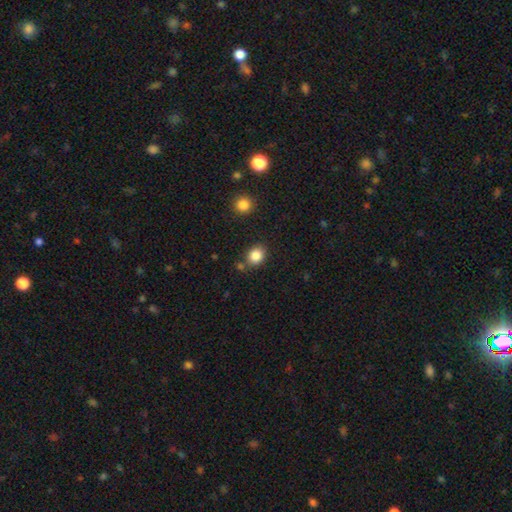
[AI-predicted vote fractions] A smooth galaxy with no disk features (85%) that is round (58%).

Vote fractions:
- Smooth or featured? smooth: 85% / star or artifact: 10% / featured or disk: 5%
- How rounded? round: 58% / in between: 41% / cigar-shaped: 1%
- Merging? none: 77% / minor disturbance: 12% / merger: 8% / major disturbance: 3%